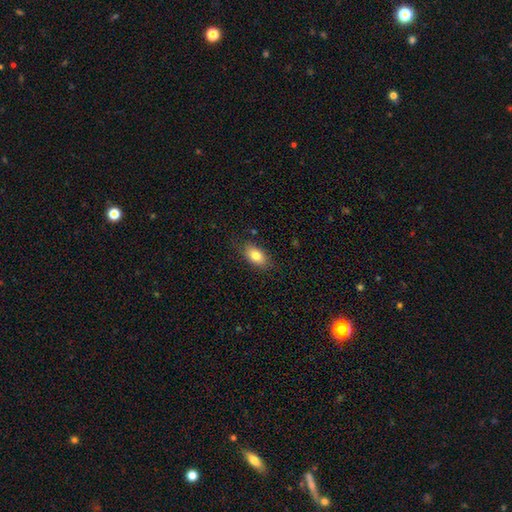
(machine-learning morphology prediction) Q: Smooth or featured?
A: smooth (80%); runner-up: featured or disk (11%)
Q: How rounded?
A: in between (89%); runner-up: round (8%)
Q: Merging?
A: none (81%); runner-up: minor disturbance (14%)